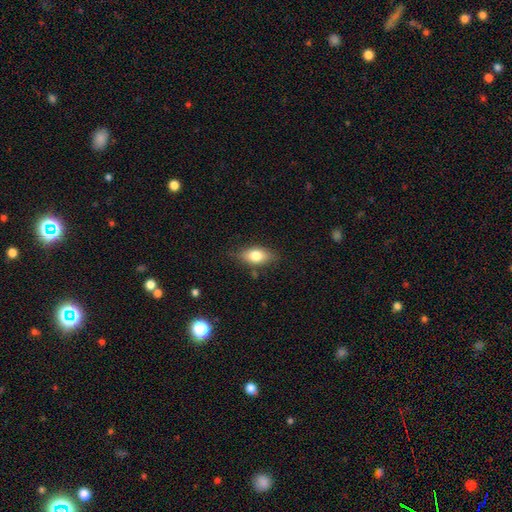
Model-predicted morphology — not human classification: This is likely a smooth galaxy (78%). How rounded: clearly in between (87%). Merging: likely none (79%).